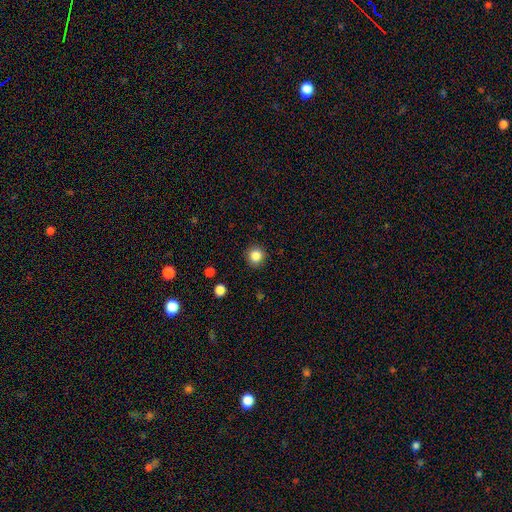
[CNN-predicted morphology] type=smooth (85%); roundness=round (93%); merging=none (90%).